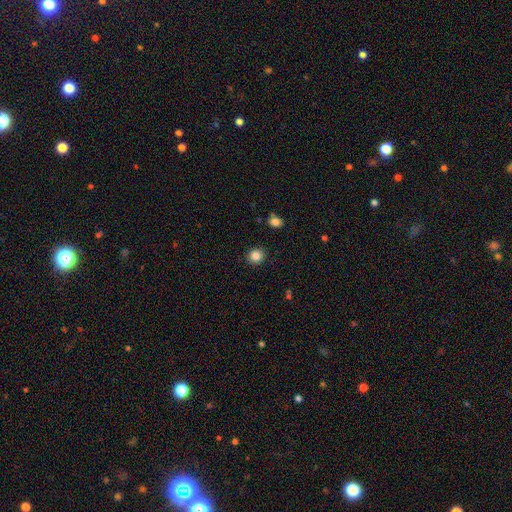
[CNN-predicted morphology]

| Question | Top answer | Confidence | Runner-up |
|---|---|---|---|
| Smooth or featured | smooth | 85% | star or artifact (10%) |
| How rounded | round | 85% | in between (14%) |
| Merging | none | 90% | minor disturbance (6%) |